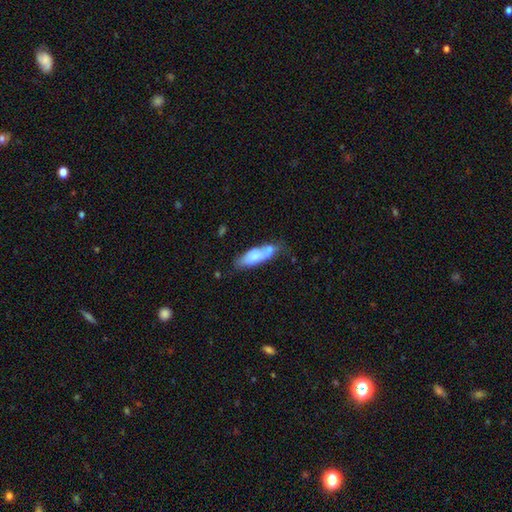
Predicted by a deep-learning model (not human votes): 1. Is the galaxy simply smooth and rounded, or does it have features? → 69% smooth, 25% featured or disk, 7% star or artifact.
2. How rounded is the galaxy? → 60% in between, 38% cigar-shaped, 2% round.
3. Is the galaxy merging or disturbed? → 46% none, 24% minor disturbance, 23% merger, 8% major disturbance.